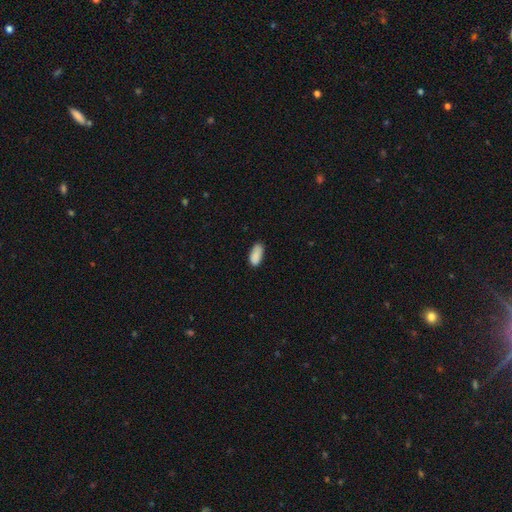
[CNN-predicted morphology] A smooth galaxy with no disk features (88%) that is in between round and cigar-shaped (90%).

Vote fractions:
- Smooth or featured? smooth: 88% / star or artifact: 7% / featured or disk: 5%
- How rounded? in between: 90% / cigar-shaped: 8% / round: 2%
- Merging? none: 76% / minor disturbance: 20% / major disturbance: 3% / merger: 2%